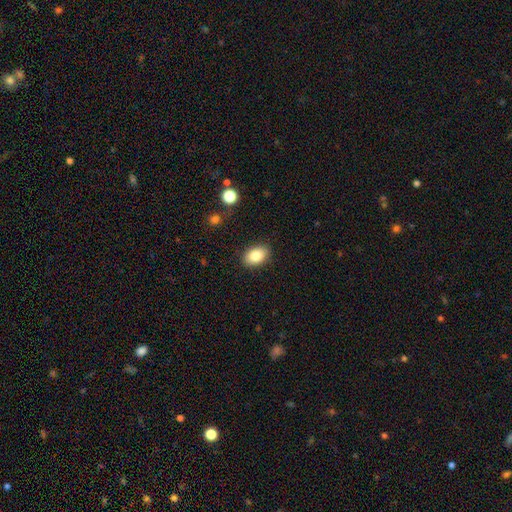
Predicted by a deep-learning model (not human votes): A smooth galaxy with no disk features (85%) that is in between round and cigar-shaped (85%). Merging: none (87%).